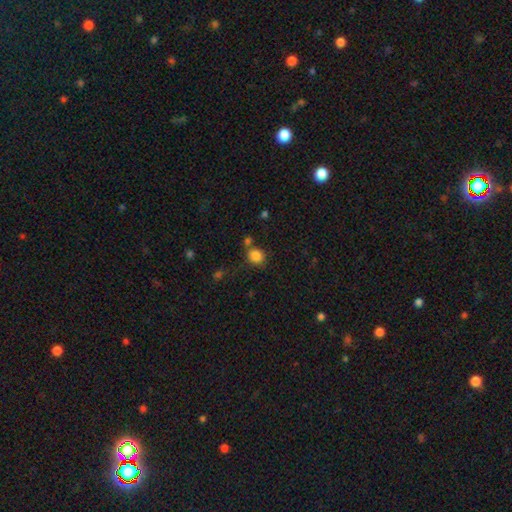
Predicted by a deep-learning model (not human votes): Overall: smooth (85%). How rounded: round (78%). Merging: none (70%).